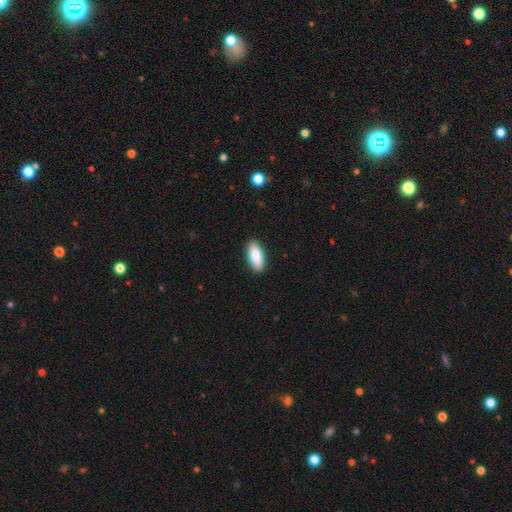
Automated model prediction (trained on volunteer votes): A smooth galaxy with no disk features (84%) that is in between round and cigar-shaped (80%).

Vote fractions:
- Smooth or featured? smooth: 84% / featured or disk: 10% / star or artifact: 6%
- How rounded? in between: 80% / cigar-shaped: 18% / round: 2%
- Merging? none: 89% / minor disturbance: 8% / major disturbance: 2% / merger: 1%